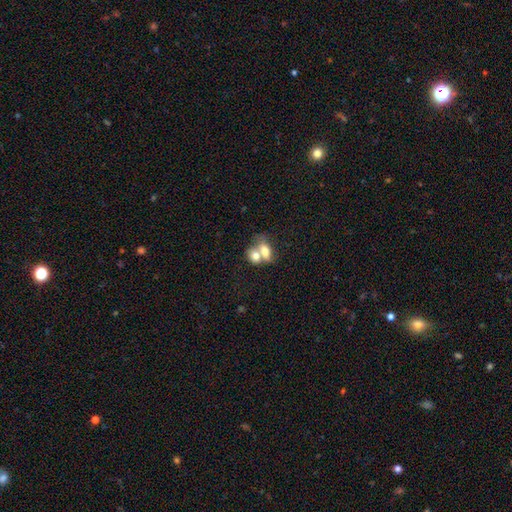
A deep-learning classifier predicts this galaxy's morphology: The model was most divided on "how rounded": in between: 73%, round: 24%, cigar-shaped: 3%. More confident: merging — merger (72%); smooth or featured — smooth (71%).